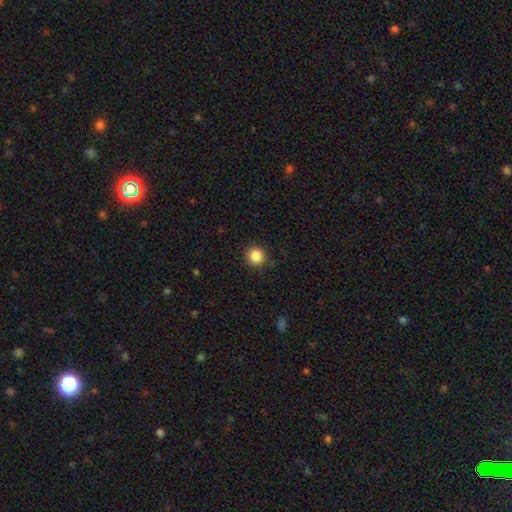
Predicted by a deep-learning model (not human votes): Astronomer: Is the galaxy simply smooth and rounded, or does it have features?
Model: smooth — 86%.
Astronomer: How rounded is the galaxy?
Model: round — 94%.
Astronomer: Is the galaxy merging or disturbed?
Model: none — 88%.